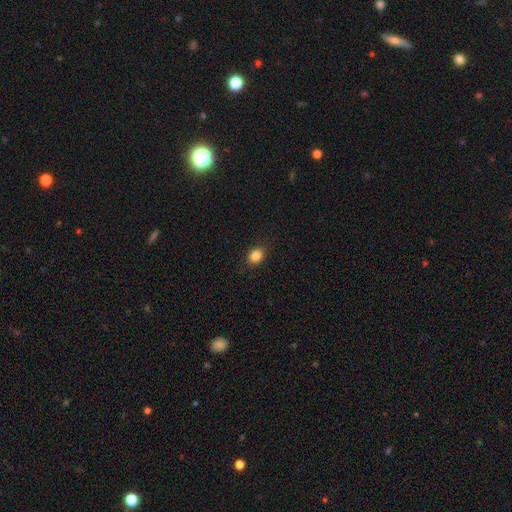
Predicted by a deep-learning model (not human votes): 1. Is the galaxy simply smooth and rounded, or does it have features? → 85% smooth, 11% star or artifact, 5% featured or disk.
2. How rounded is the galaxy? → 62% round, 37% in between, 1% cigar-shaped.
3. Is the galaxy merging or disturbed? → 88% none, 9% minor disturbance, 2% major disturbance, 1% merger.